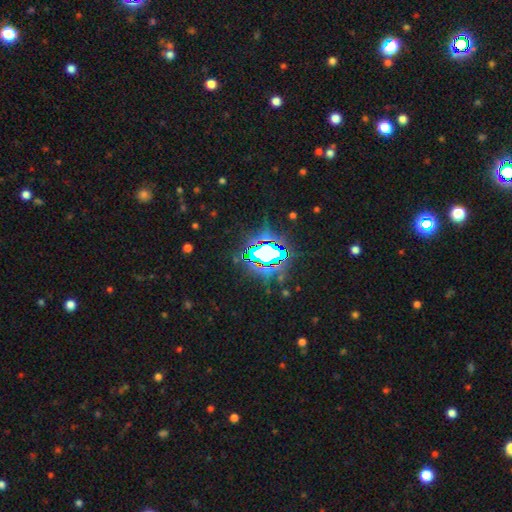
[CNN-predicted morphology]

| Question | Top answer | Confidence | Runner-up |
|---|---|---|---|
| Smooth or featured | star or artifact | 75% | smooth (14%) |